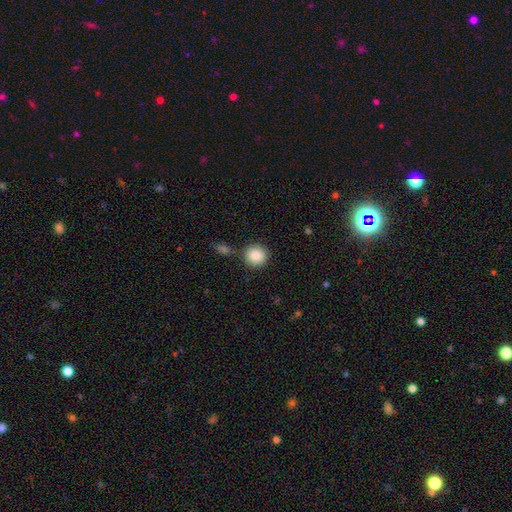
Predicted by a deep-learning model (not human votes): Smooth or featured?
  - smooth: 88% *
  - star or artifact: 8%
  - featured or disk: 4%
How rounded?
  - round: 91% *
  - in between: 8%
  - cigar-shaped: 1%
Merging?
  - none: 82% *
  - minor disturbance: 8%
  - merger: 7%
  - major disturbance: 3%